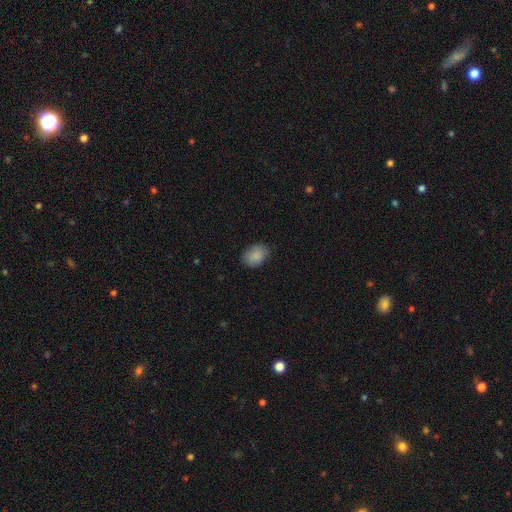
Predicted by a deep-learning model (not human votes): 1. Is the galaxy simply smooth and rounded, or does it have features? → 87% smooth, 7% star or artifact, 6% featured or disk.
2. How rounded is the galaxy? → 75% in between, 24% round, 1% cigar-shaped.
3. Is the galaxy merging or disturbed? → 81% none, 15% minor disturbance, 3% major disturbance, 1% merger.